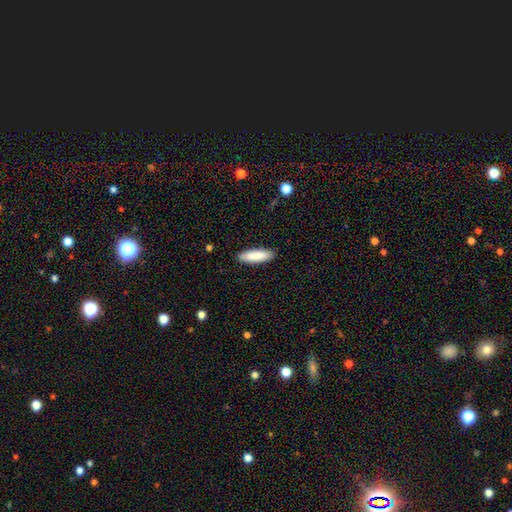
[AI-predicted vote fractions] Smooth or featured: smooth — 88% (featured or disk — 7%)
How rounded: cigar-shaped — 60% (in between — 39%)
Merging: none — 89% (minor disturbance — 8%)